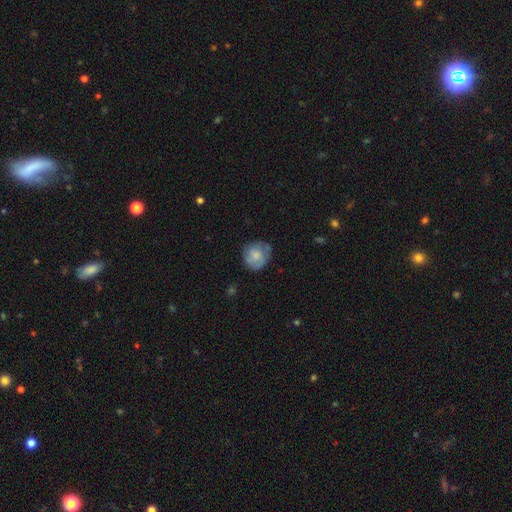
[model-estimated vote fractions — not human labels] Q: Smooth or featured?
A: smooth (66%); runner-up: featured or disk (27%)
Q: How rounded?
A: round (84%); runner-up: in between (15%)
Q: Merging?
A: none (69%); runner-up: minor disturbance (23%)